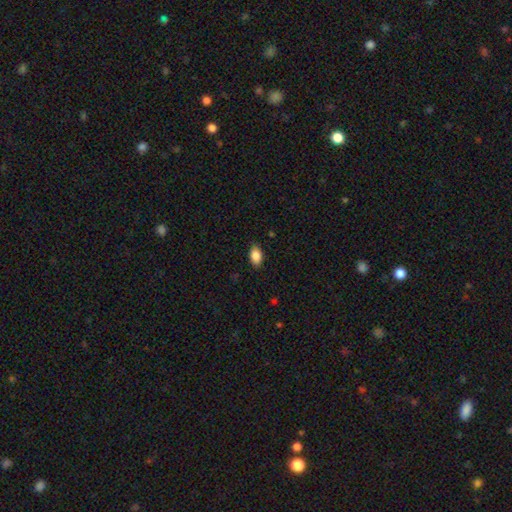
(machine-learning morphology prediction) Q: Smooth or featured?
A: smooth (87%); runner-up: star or artifact (8%)
Q: How rounded?
A: in between (90%); runner-up: round (7%)
Q: Merging?
A: none (85%); runner-up: minor disturbance (12%)